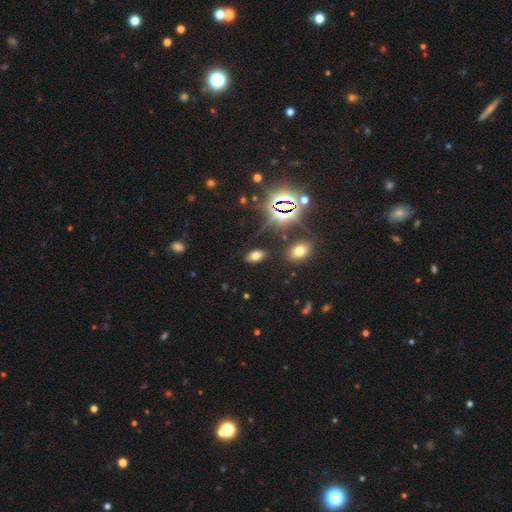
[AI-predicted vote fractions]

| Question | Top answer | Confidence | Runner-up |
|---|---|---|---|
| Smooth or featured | smooth | 59% | star or artifact (31%) |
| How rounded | in between | 90% | round (7%) |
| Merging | none | 85% | minor disturbance (9%) |